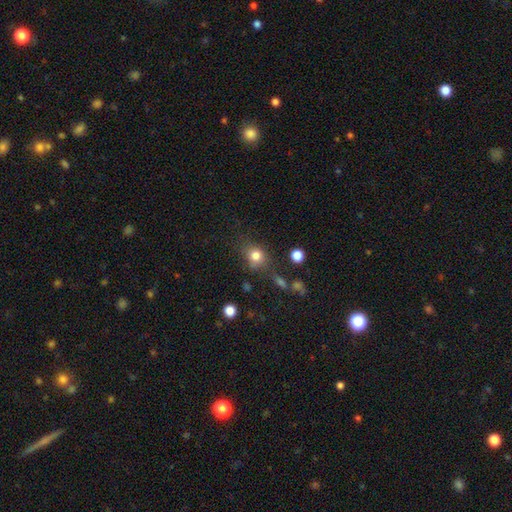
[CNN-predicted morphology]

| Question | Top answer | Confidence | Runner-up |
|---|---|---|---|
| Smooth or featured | smooth | 81% | star or artifact (12%) |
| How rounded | round | 67% | in between (32%) |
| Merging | none | 69% | minor disturbance (18%) |